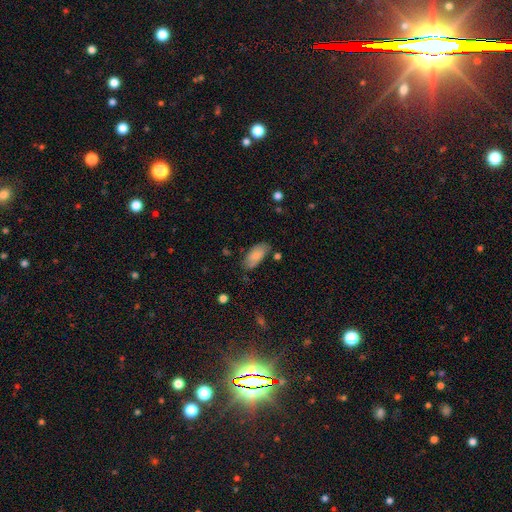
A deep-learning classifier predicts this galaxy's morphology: This appears to be a smooth galaxy with no disk features (82%) that is in between round and cigar-shaped (90%). Merging: none (70%).